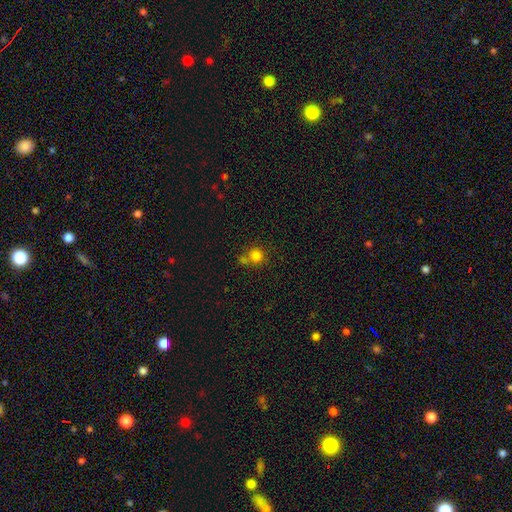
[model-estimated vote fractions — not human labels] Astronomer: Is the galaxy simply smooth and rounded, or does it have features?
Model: smooth — 80%.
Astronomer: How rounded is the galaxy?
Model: round — 91%.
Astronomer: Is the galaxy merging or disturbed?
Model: none — 58%.